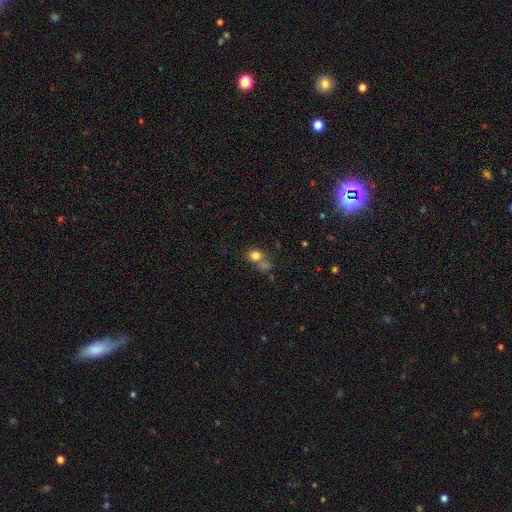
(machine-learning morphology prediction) Overall: smooth (78%). How rounded: round (63%; in between 35%). Merging: none (44%; merger 38%).